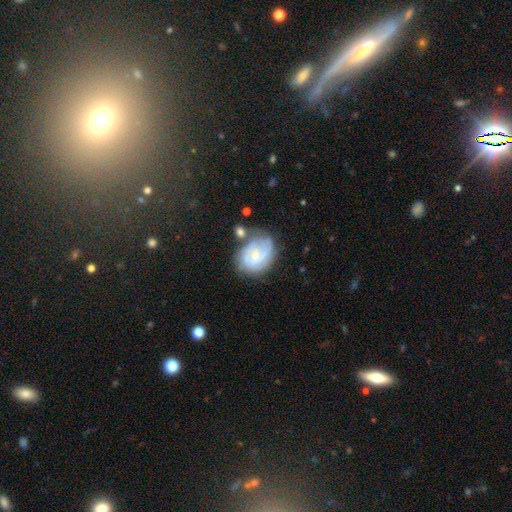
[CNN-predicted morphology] Smooth or featured: featured or disk — 65% (smooth — 28%)
Edge-on disk: no — 97% (yes — 3%)
Bar: no — 70% (weak — 26%)
Spiral arms: yes — 82% (no — 18%)
Spiral winding: tight — 57% (medium — 31%)
Spiral arm count: can't tell — 42% (2 — 27%)
Bulge size: small — 74% (moderate — 21%)
Merging: none — 54% (minor disturbance — 25%)